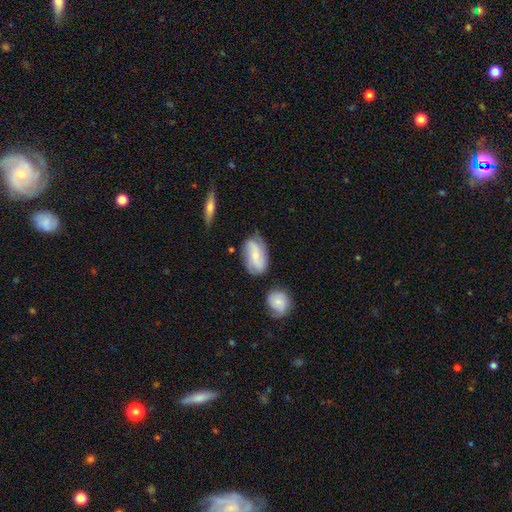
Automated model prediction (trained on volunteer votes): Overall: featured or disk (53%; smooth 40%). Edge-on disk: no (92%). Merging: none (65%).